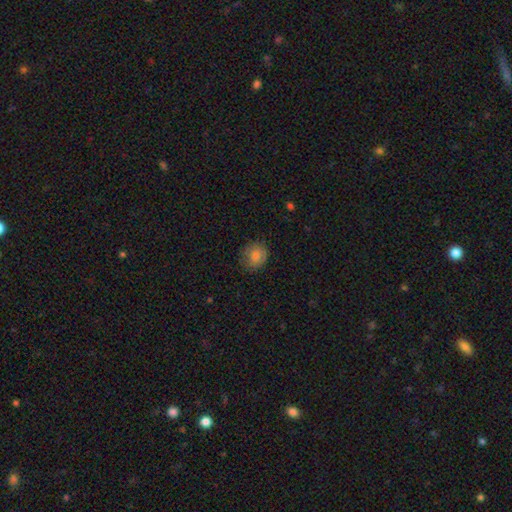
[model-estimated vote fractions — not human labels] This appears to be a smooth galaxy with no disk features (76%) that is round (77%). Merging: none (80%).